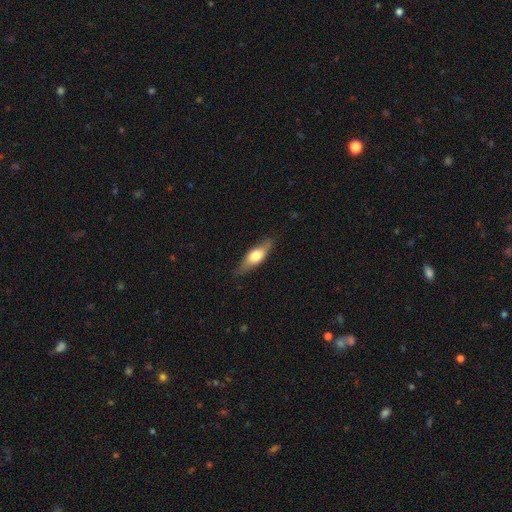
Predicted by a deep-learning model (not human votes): Smooth or featured?
  - smooth: 55% *
  - featured or disk: 39%
  - star or artifact: 6%
How rounded?
  - in between: 56% *
  - cigar-shaped: 41%
  - round: 3%
Merging?
  - none: 80% *
  - minor disturbance: 15%
  - major disturbance: 3%
  - merger: 1%